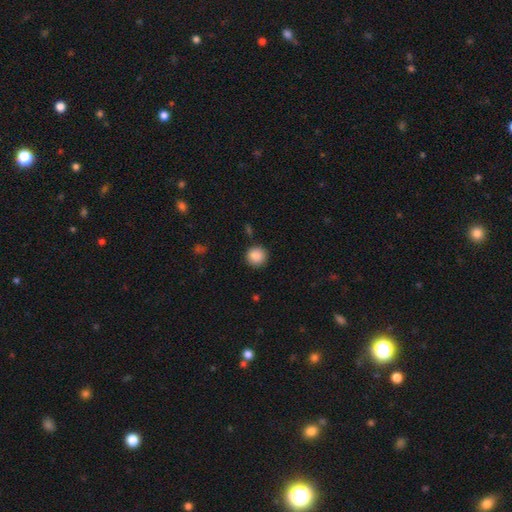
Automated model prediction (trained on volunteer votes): Smooth or featured? smooth (88%)
How rounded? round (93%)
Merging? none (89%)